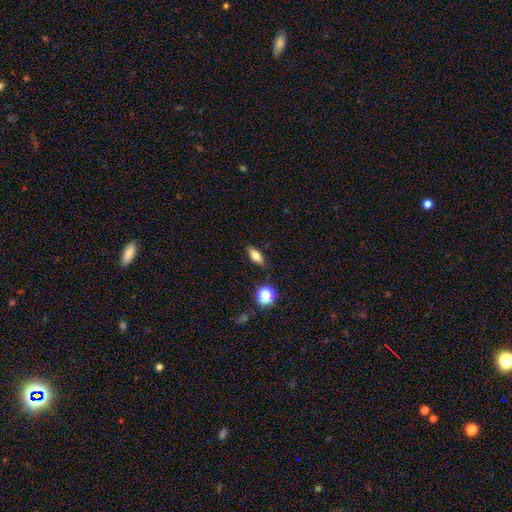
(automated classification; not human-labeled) Smooth or featured?
  - smooth: 72% *
  - featured or disk: 17%
  - star or artifact: 10%
How rounded?
  - in between: 73% *
  - cigar-shaped: 19%
  - round: 8%
Merging?
  - none: 84% *
  - minor disturbance: 11%
  - major disturbance: 3%
  - merger: 2%